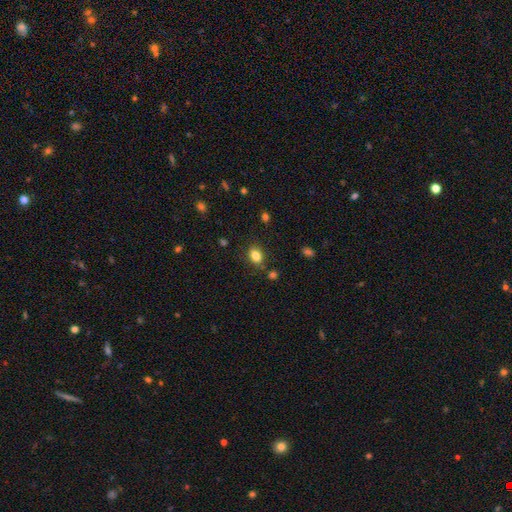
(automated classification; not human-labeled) Smooth or featured?
  - smooth: 83% *
  - star or artifact: 10%
  - featured or disk: 7%
How rounded?
  - in between: 76% *
  - round: 22%
  - cigar-shaped: 2%
Merging?
  - none: 78% *
  - minor disturbance: 14%
  - merger: 5%
  - major disturbance: 3%